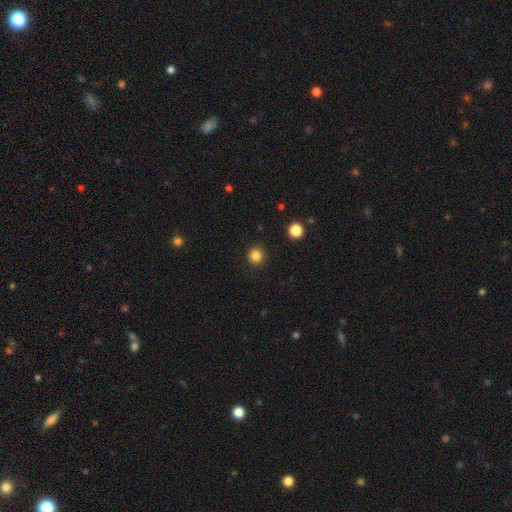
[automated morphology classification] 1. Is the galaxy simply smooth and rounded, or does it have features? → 84% smooth, 13% star or artifact, 3% featured or disk.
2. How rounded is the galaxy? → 94% round, 5% in between, 1% cigar-shaped.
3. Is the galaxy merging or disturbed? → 91% none, 6% minor disturbance, 2% major disturbance, 1% merger.